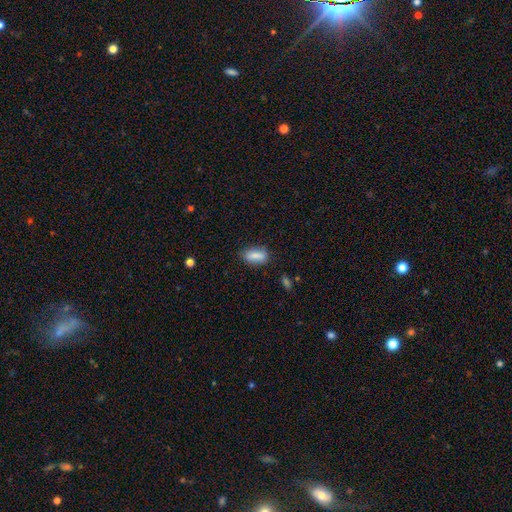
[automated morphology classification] smooth_or_featured: smooth (p=0.85) [alt: featured or disk p=0.08]
how_rounded: in between (p=0.83) [alt: cigar-shaped p=0.13]
merging: none (p=0.79) [alt: minor disturbance p=0.16]